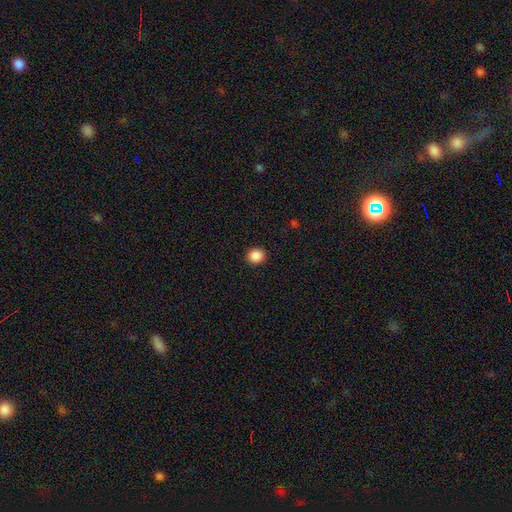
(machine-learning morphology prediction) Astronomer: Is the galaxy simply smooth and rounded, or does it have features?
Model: smooth — 88%.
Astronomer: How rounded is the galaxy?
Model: round — 82%.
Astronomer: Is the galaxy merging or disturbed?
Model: none — 92%.